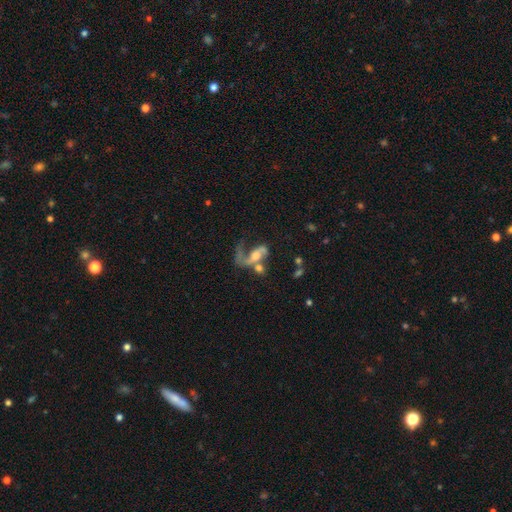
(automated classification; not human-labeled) Q: Smooth or featured?
A: featured or disk (70%); runner-up: smooth (21%)
Q: Edge-on disk?
A: no (96%); runner-up: yes (4%)
Q: Bar?
A: no (55%); runner-up: weak (32%)
Q: Spiral arms?
A: yes (83%); runner-up: no (17%)
Q: Spiral winding?
A: loose (71%); runner-up: medium (23%)
Q: Spiral arm count?
A: 1 (58%); runner-up: 2 (36%)
Q: Bulge size?
A: moderate (41%); runner-up: large (23%)
Q: Merging?
A: major disturbance (35%); runner-up: merger (34%)